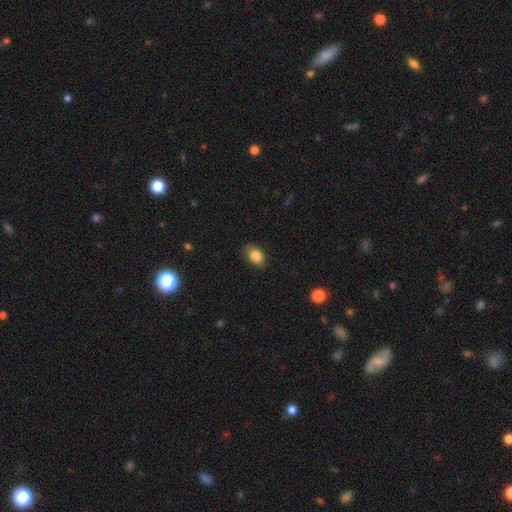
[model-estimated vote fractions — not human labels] Morphology: type=smooth (85%); roundness=in between (78%); merging=none (77%).